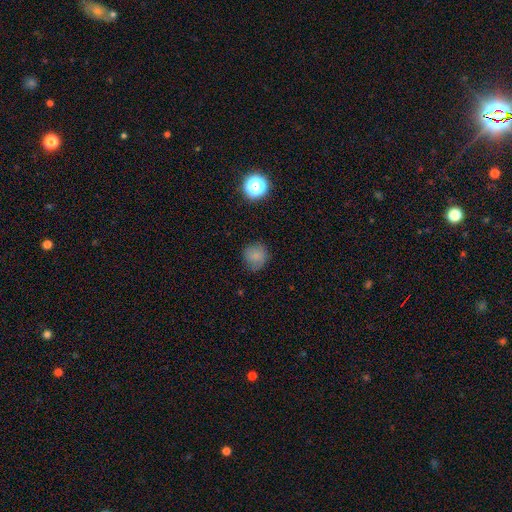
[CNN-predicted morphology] A smooth galaxy with no disk features (76%) that is round (86%). Merging: none (74%).